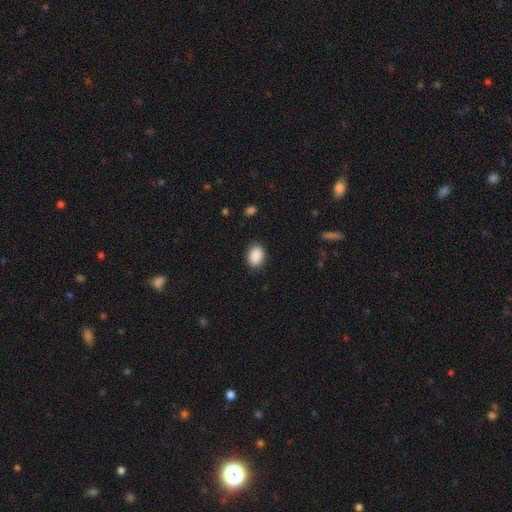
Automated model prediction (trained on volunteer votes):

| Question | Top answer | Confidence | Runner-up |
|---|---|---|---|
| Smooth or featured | smooth | 90% | star or artifact (7%) |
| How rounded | in between | 79% | round (20%) |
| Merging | none | 87% | minor disturbance (10%) |